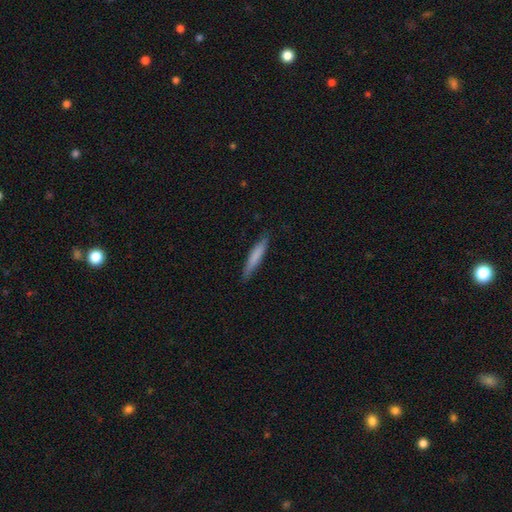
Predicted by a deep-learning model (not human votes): Smooth or featured? smooth (74%)
How rounded? cigar-shaped (93%)
Merging? none (86%)